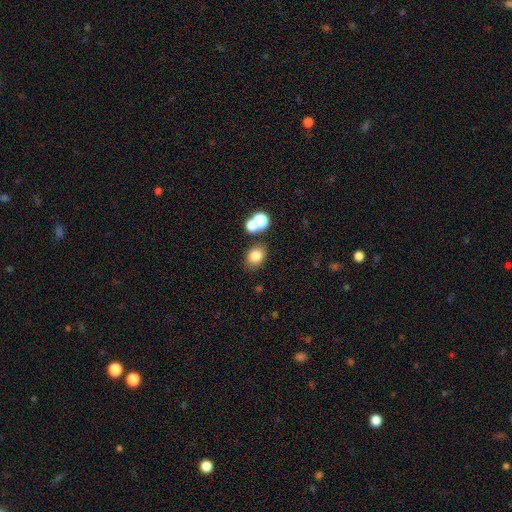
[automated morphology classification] Smooth or featured? smooth (80%)
How rounded? round (52%)
Merging? none (73%)